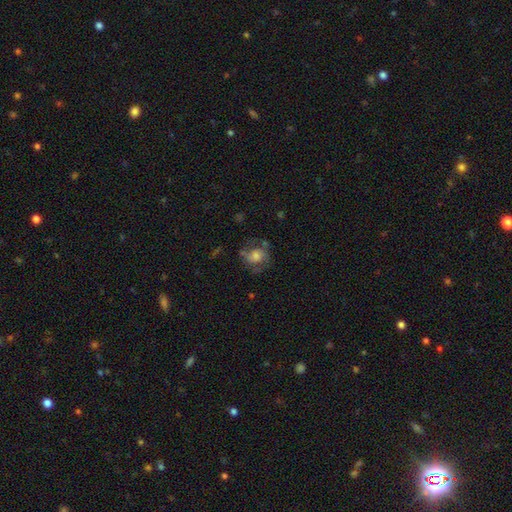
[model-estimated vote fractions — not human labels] Overall: smooth (54%; featured or disk 36%). How rounded: round (65%; in between 34%). Merging: none (50%; minor disturbance 24%).